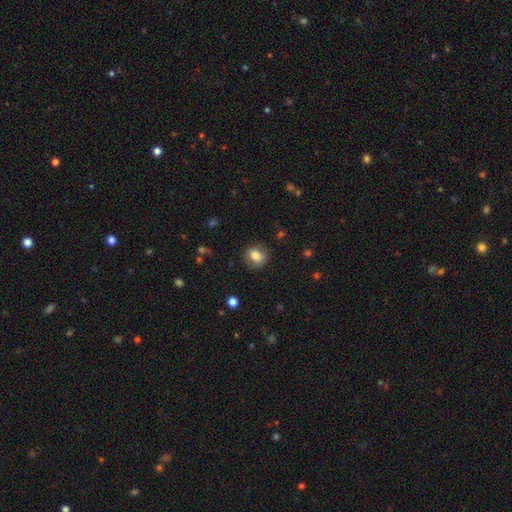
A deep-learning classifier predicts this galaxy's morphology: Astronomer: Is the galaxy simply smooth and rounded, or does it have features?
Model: smooth — 81%.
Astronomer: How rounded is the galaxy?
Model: round — 55% (runner-up: in between, 44%).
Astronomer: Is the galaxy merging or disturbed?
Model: none — 84%.